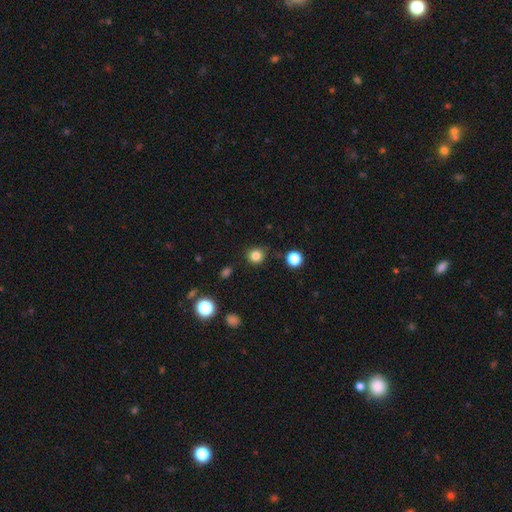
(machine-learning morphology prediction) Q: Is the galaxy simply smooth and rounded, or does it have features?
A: smooth — 83%.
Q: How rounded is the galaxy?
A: round — 91%.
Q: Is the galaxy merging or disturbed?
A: none — 86%.